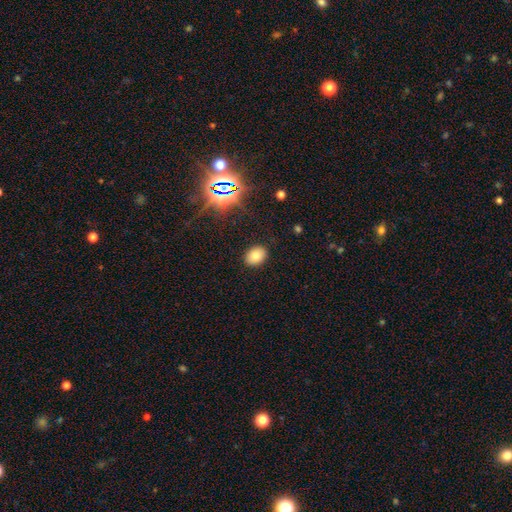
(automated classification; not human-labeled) Smooth or featured: smooth — 77% (star or artifact — 15%)
How rounded: in between — 72% (round — 27%)
Merging: none — 88% (minor disturbance — 8%)